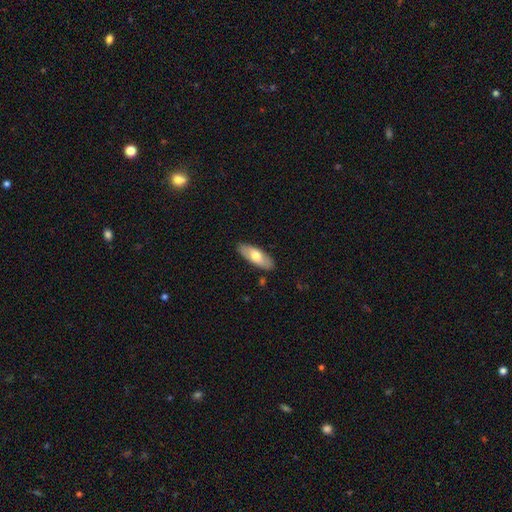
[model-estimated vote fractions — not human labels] The model was most divided on "smooth or featured": smooth: 65%, featured or disk: 29%, star or artifact: 5%. More confident: merging — none (87%); how rounded — in between (77%).